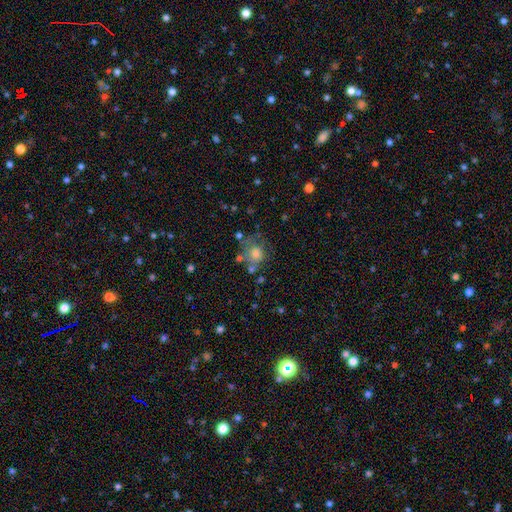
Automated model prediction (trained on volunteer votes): smooth 60%, featured or disk 21%, star or artifact 19%. Down the decision tree: how rounded — round (77%); merging — none (57%).